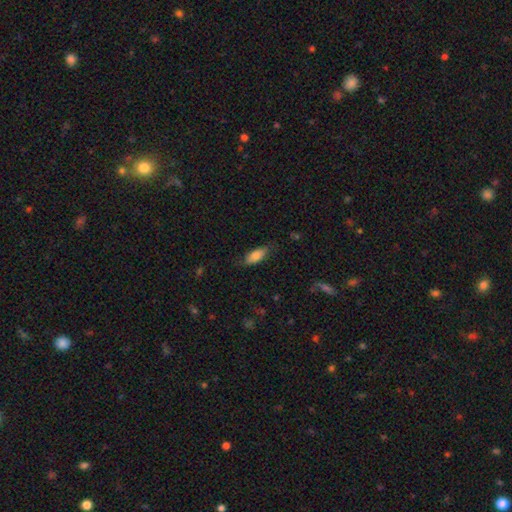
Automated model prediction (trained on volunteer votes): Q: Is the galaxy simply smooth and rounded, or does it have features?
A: smooth — 77%.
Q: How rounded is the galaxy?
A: in between — 78%.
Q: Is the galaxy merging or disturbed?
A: none — 74%.